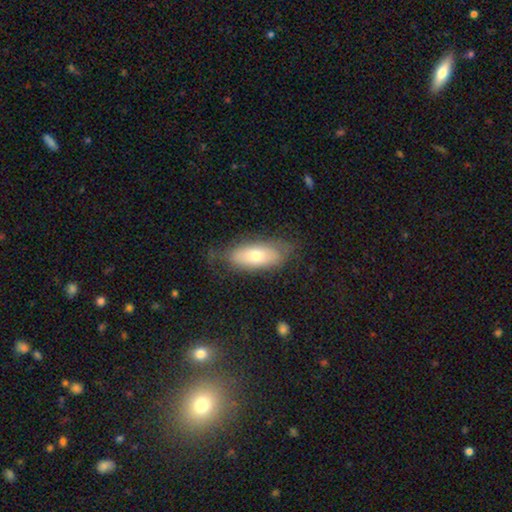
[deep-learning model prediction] Smooth or featured? Predicted: smooth (p=0.59). How rounded? Predicted: in between (p=0.79). Merging? Predicted: none (p=0.66).